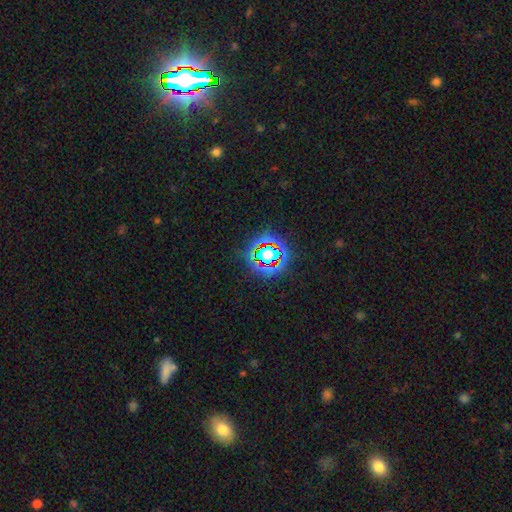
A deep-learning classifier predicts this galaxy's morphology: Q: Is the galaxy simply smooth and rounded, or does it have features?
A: star or artifact — 75%.